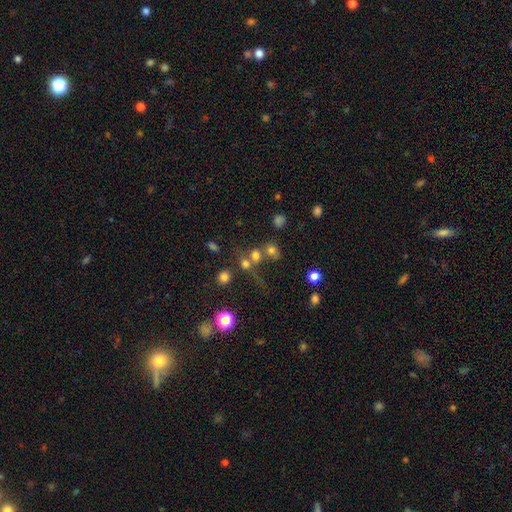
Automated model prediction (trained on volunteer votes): smooth_or_featured: smooth (p=0.66) [alt: star or artifact p=0.22]
how_rounded: round (p=0.81) [alt: in between p=0.18]
merging: merger (p=0.42) [tied with: none p=0.42]